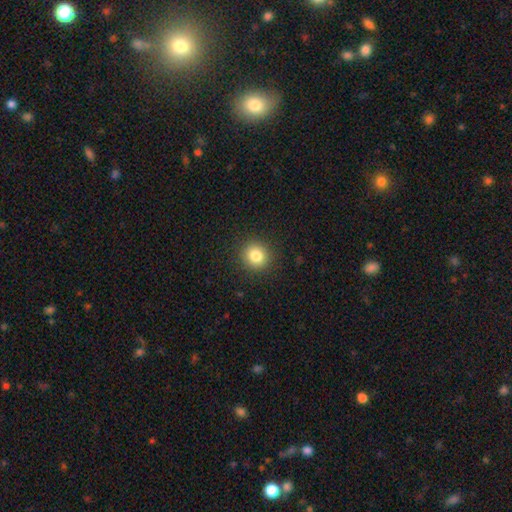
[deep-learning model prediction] Smooth or featured? Predicted: smooth (p=0.83). How rounded? Predicted: round (p=0.89). Merging? Predicted: none (p=0.91).